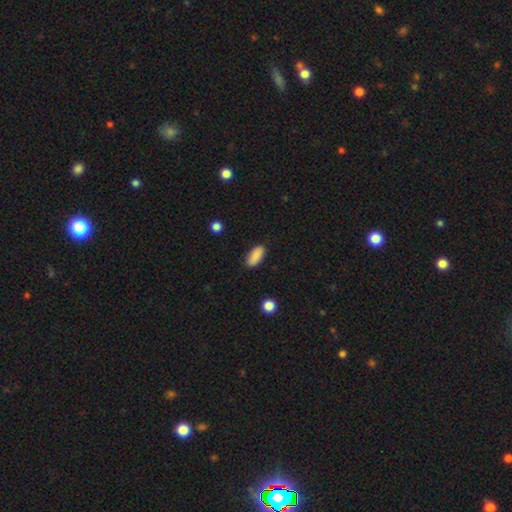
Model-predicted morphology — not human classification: This appears to be a smooth galaxy with no disk features (89%) that is in between round and cigar-shaped (87%). Merging: none (87%).